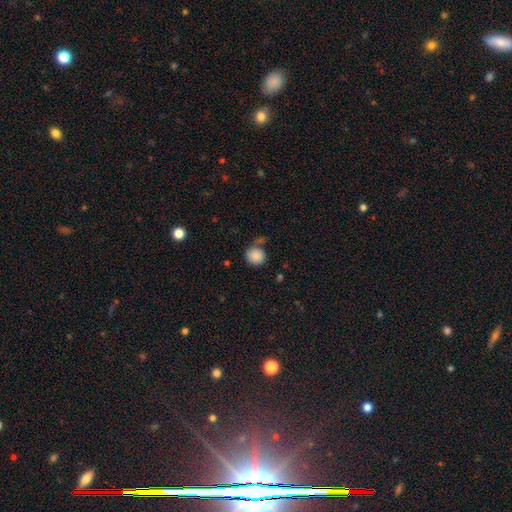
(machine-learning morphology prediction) smooth-or-featured: smooth: 87% | star or artifact: 8% | featured or disk: 5%
  how-rounded: round: 83% | in between: 16% | cigar-shaped: 1%
  merging: none: 67% | minor disturbance: 16% | merger: 11% | major disturbance: 6%